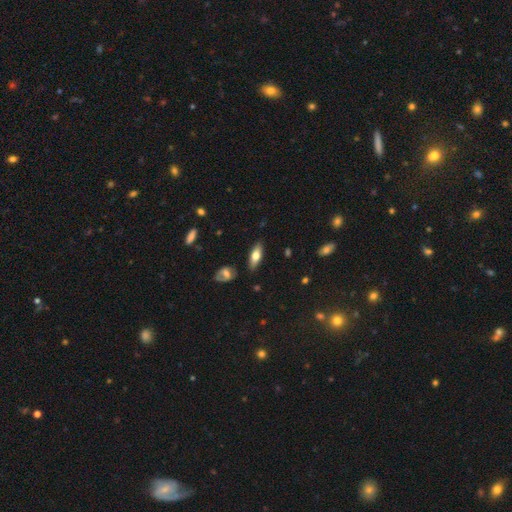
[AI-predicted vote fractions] Smooth or featured: smooth — 64% (featured or disk — 29%)
How rounded: in between — 71% (cigar-shaped — 27%)
Merging: none — 83% (minor disturbance — 12%)